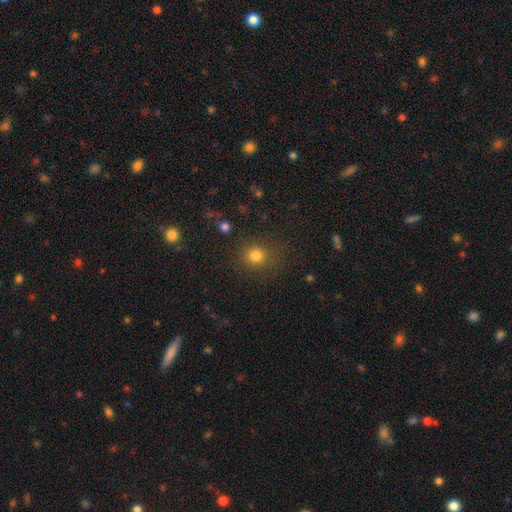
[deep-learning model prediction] Overall: smooth (79%). How rounded: round (89%). Merging: none (84%).